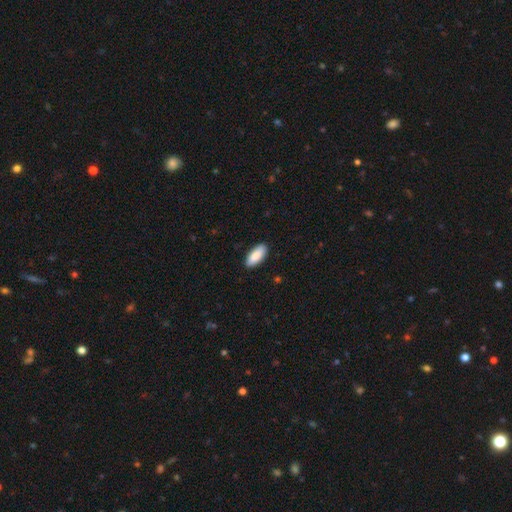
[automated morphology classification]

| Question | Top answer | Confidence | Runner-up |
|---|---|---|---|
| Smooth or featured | smooth | 88% | featured or disk (7%) |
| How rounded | in between | 86% | cigar-shaped (12%) |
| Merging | none | 89% | minor disturbance (8%) |